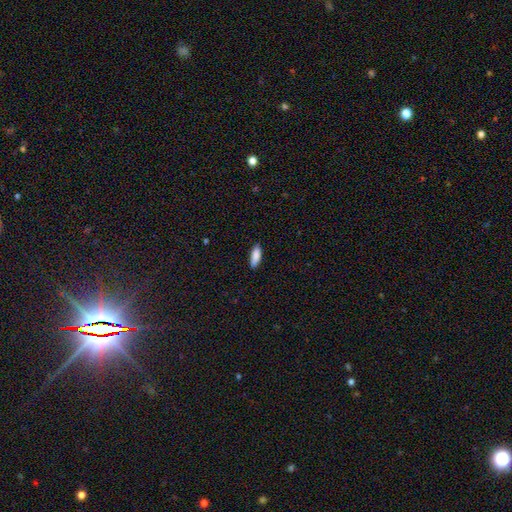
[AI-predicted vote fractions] This appears to be a smooth galaxy with no disk features (87%) that is in between round and cigar-shaped (60%). Merging: none (85%).